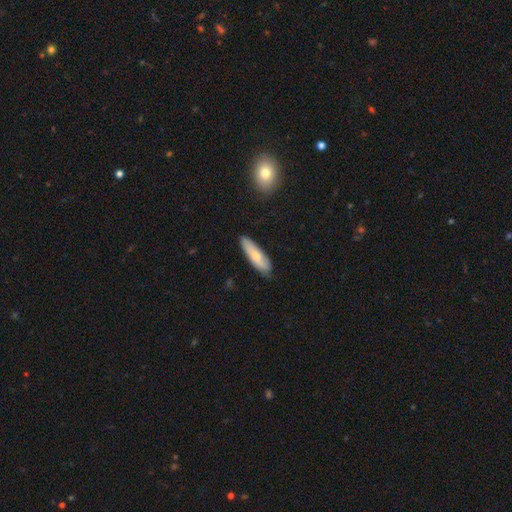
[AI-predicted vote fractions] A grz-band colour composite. It shows a smooth galaxy with no disk features (71%) that is cigar-shaped (58%). Merging: none (79%).